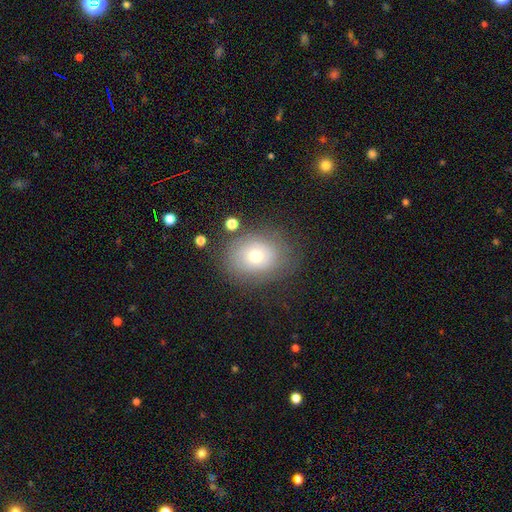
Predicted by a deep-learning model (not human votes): This is possibly a smooth galaxy (55%). How rounded: possibly round (54%). Merging: likely none (74%).